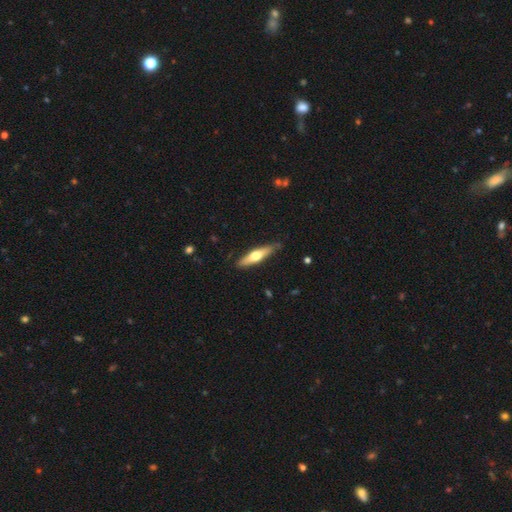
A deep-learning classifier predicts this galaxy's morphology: type=smooth (48%); merging=none (86%).